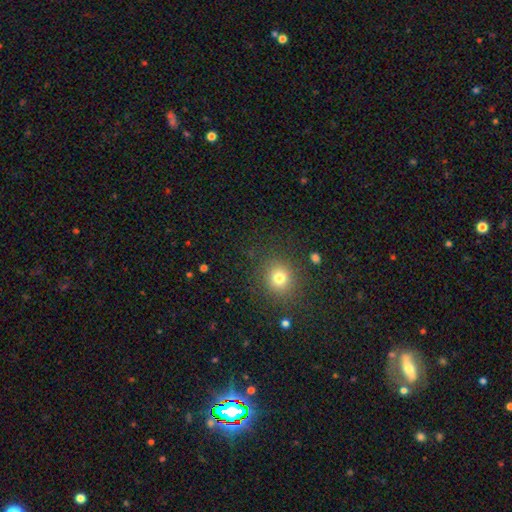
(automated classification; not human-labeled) smooth_or_featured: smooth (p=0.55) [alt: star or artifact p=0.38]
how_rounded: round (p=0.89) [alt: in between p=0.09]
merging: none (p=0.89) [alt: minor disturbance p=0.07]